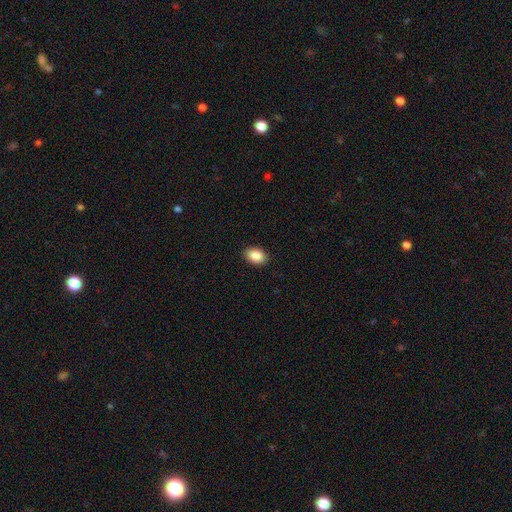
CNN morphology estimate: Smooth or featured?
  - smooth: 87% *
  - star or artifact: 8%
  - featured or disk: 5%
How rounded?
  - in between: 81% *
  - round: 18%
  - cigar-shaped: 1%
Merging?
  - none: 90% *
  - minor disturbance: 7%
  - major disturbance: 2%
  - merger: 1%